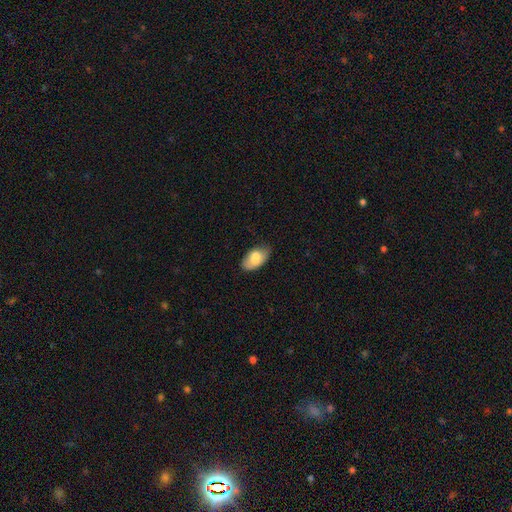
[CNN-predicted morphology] A smooth galaxy with no disk features (77%) that is in between round and cigar-shaped (93%). Merging: none (61%).